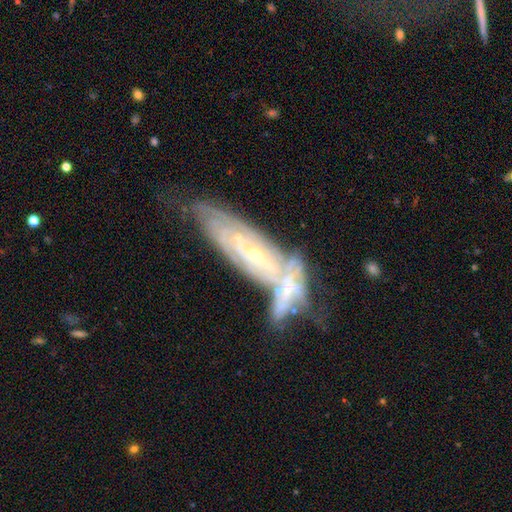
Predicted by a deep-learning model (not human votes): Overall: featured or disk (76%). Edge-on disk: no (79%). Bar: no (68%). Spiral arms: yes (78%). Bulge size: small (69%). Merging: merger (52%; none 25%).